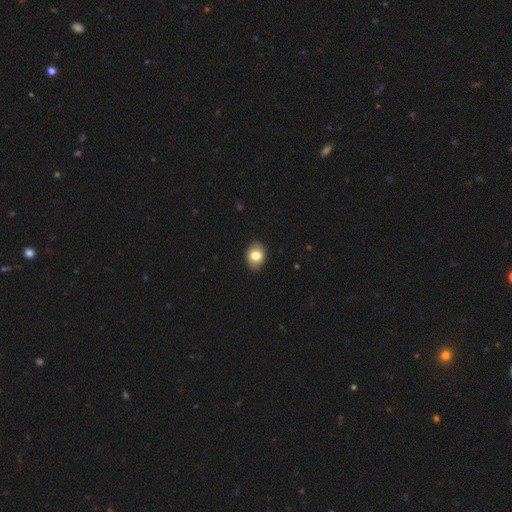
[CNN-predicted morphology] smooth-or-featured: smooth: 77% | featured or disk: 15% | star or artifact: 8%
  how-rounded: in between: 74% | round: 25% | cigar-shaped: 1%
  merging: none: 86% | minor disturbance: 11% | major disturbance: 2% | merger: 1%